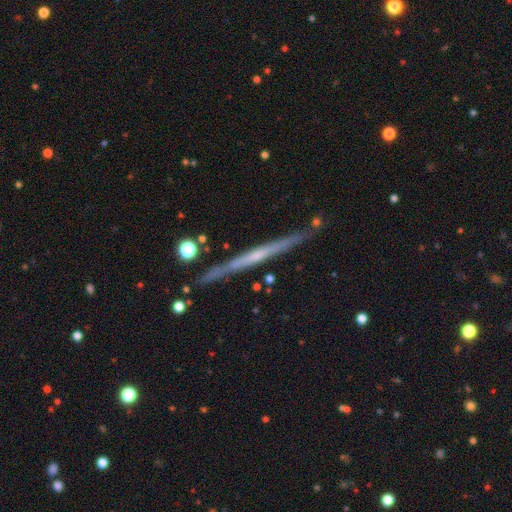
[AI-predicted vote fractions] Smooth or featured? featured or disk (68%)
Edge-on disk? yes (97%)
Edge-on bulge? none (73%)
Merging? none (86%)